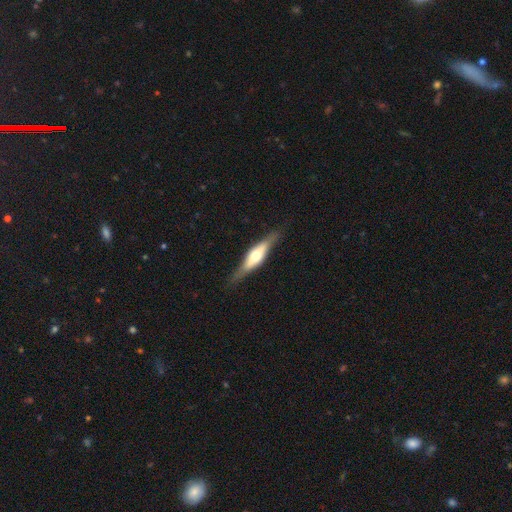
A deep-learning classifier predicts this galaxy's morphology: Smooth or featured: featured or disk — 60% (smooth — 34%)
Edge-on disk: yes — 89% (no — 11%)
Edge-on bulge: rounded — 85% (boxy — 12%)
Merging: none — 80% (minor disturbance — 14%)